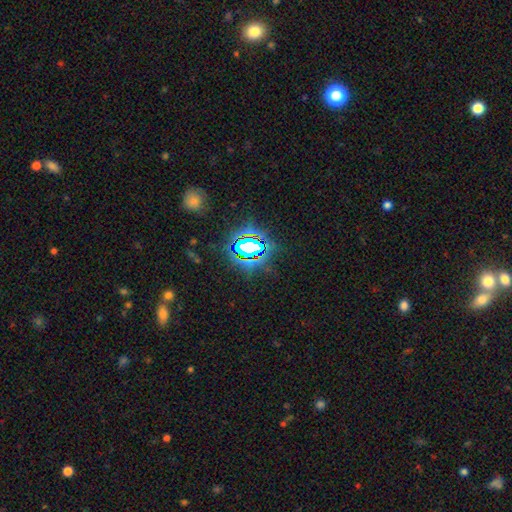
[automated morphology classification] Smooth or featured? Predicted: star or artifact (p=0.80).